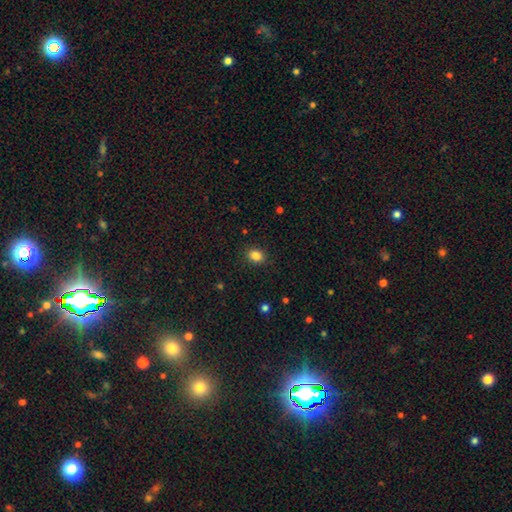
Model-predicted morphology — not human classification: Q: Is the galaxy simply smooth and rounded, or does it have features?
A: smooth — 85%.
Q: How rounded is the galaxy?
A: in between — 59%.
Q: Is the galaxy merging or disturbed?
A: none — 89%.